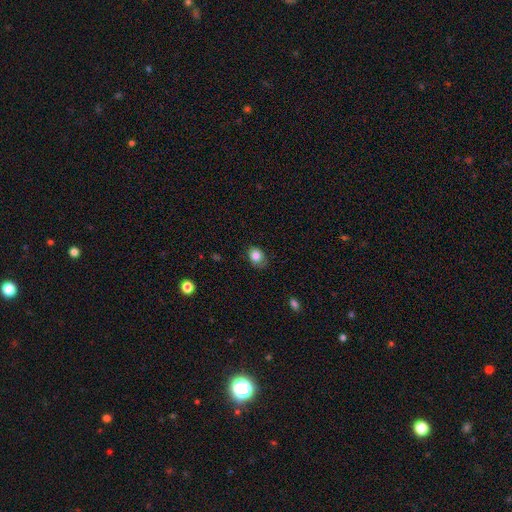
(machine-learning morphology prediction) A smooth galaxy with no disk features (82%) that is in between round and cigar-shaped (53%). Merging: none (73%).